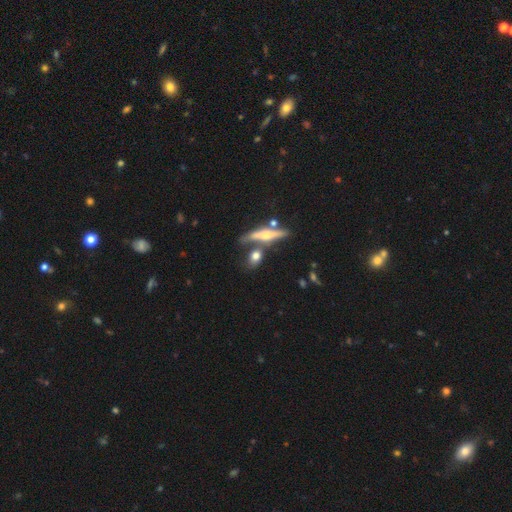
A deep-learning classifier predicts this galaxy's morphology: Q: Smooth or featured?
A: smooth (53%); runner-up: featured or disk (38%)
Q: How rounded?
A: in between (41%); runner-up: round (33%)
Q: Merging?
A: none (58%); runner-up: merger (22%)